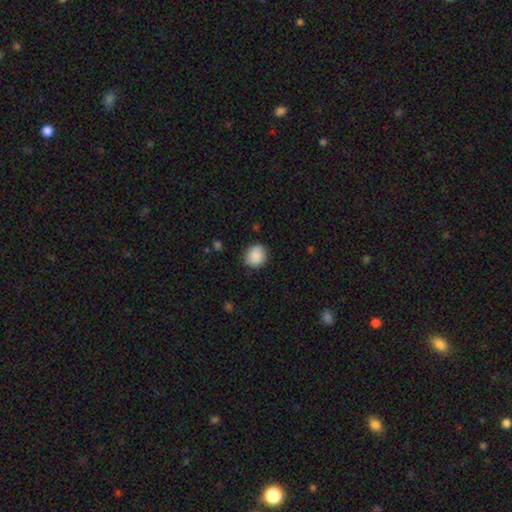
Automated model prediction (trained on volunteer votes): Q: Smooth or featured?
A: smooth (87%); runner-up: star or artifact (7%)
Q: How rounded?
A: round (77%); runner-up: in between (23%)
Q: Merging?
A: none (82%); runner-up: minor disturbance (14%)